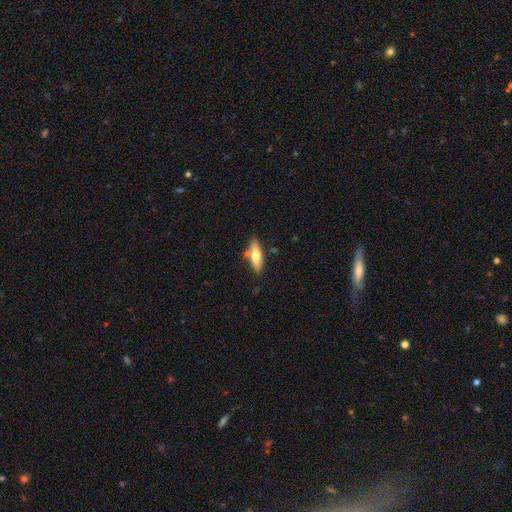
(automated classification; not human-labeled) Morphology: type=smooth (63%); roundness=in between (57%); merging=none (75%).